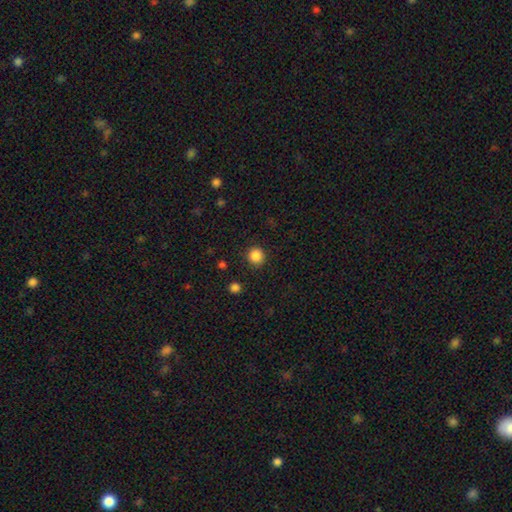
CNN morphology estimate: Smooth or featured? Predicted: smooth (p=0.87). How rounded? Predicted: round (p=0.90). Merging? Predicted: none (p=0.90).